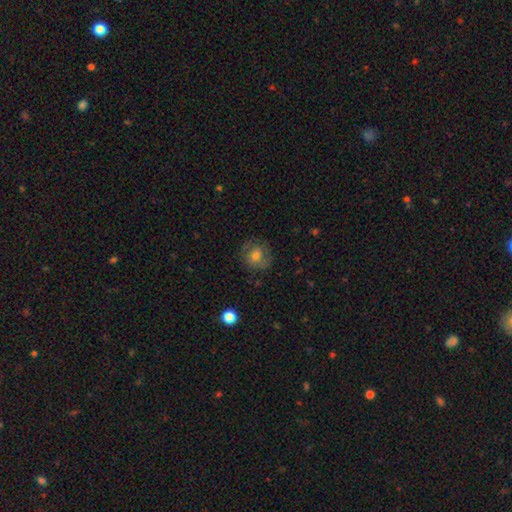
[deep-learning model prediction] smooth_or_featured: smooth (p=0.59) [alt: featured or disk p=0.31]
how_rounded: round (p=0.82) [alt: in between p=0.17]
merging: none (p=0.72) [alt: minor disturbance p=0.17]